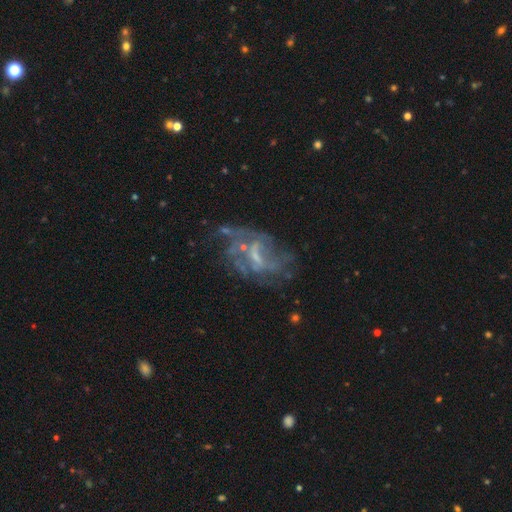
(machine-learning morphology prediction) This is likely a featured or disk galaxy (74%). It is clearly not viewed edge-on (97%). Bar: possibly weak (48%). Spiral arm pattern: possibly yes (57%). Central bulge: marginally small (44%). Merging: marginally none (41%).